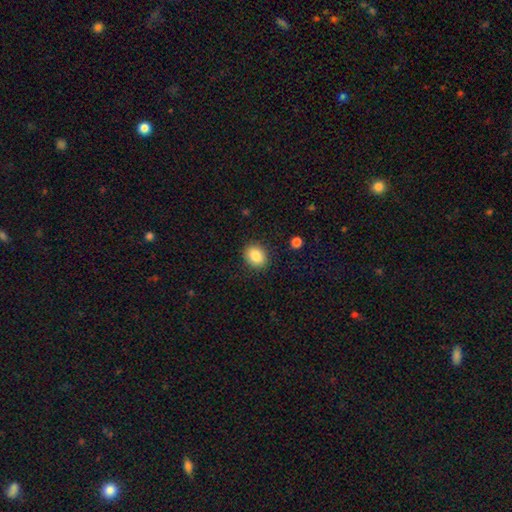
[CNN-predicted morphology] Smooth or featured?
  - smooth: 86% *
  - star or artifact: 9%
  - featured or disk: 6%
How rounded?
  - round: 56% *
  - in between: 44%
  - cigar-shaped: 1%
Merging?
  - none: 89% *
  - minor disturbance: 8%
  - major disturbance: 2%
  - merger: 1%